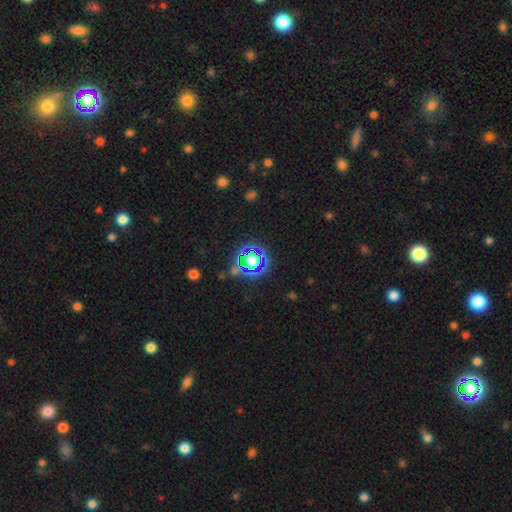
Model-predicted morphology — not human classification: This appears to be a star or artifact, not a galaxy (61%).